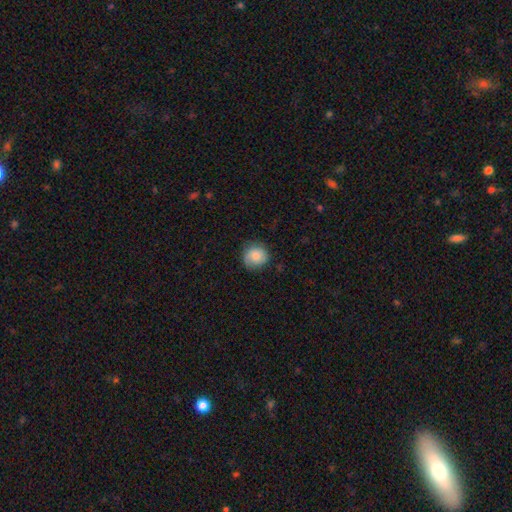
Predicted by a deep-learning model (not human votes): A smooth galaxy with no disk features (80%) that is round (90%).

Vote fractions:
- Smooth or featured? smooth: 80% / featured or disk: 12% / star or artifact: 8%
- How rounded? round: 90% / in between: 9% / cigar-shaped: 1%
- Merging? none: 79% / minor disturbance: 16% / major disturbance: 4% / merger: 1%